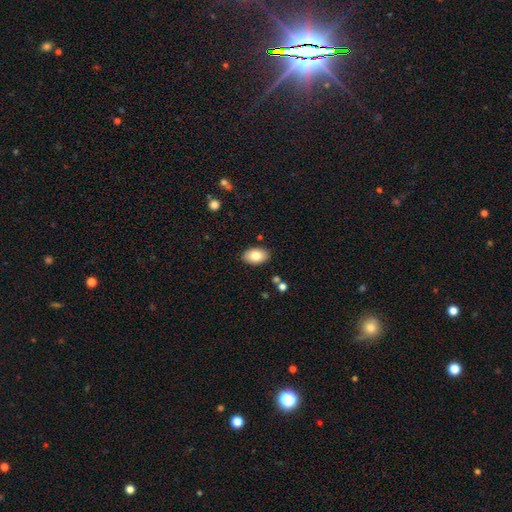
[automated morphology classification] A smooth galaxy with no disk features (81%) that is in between round and cigar-shaped (90%). Merging: none (87%).